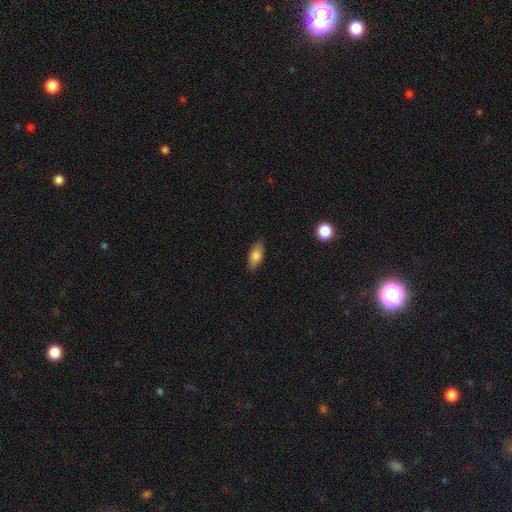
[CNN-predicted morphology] smooth 83%, featured or disk 10%, star or artifact 7%. Down the decision tree: how rounded — in between (85%); merging — none (87%).